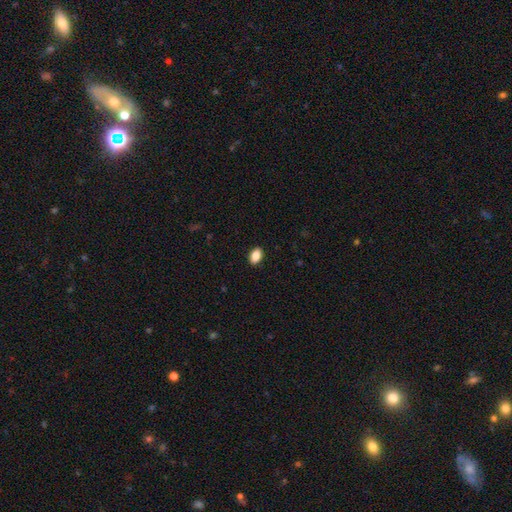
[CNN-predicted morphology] Overall: smooth (87%). How rounded: in between (90%). Merging: none (90%).